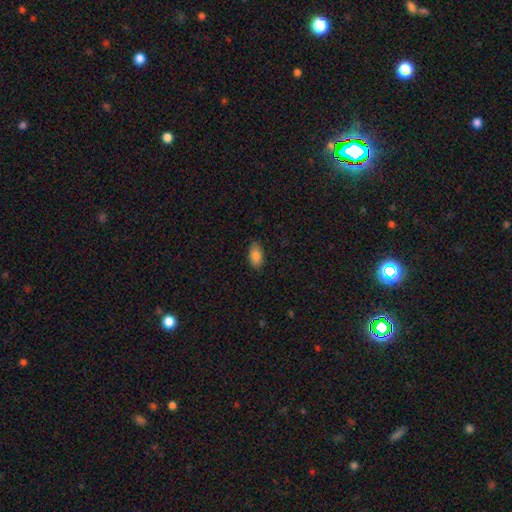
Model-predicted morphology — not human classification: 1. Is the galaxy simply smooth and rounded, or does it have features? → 86% smooth, 8% star or artifact, 6% featured or disk.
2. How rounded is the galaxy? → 92% in between, 5% round, 3% cigar-shaped.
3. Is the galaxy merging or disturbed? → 84% none, 12% minor disturbance, 2% major disturbance, 1% merger.